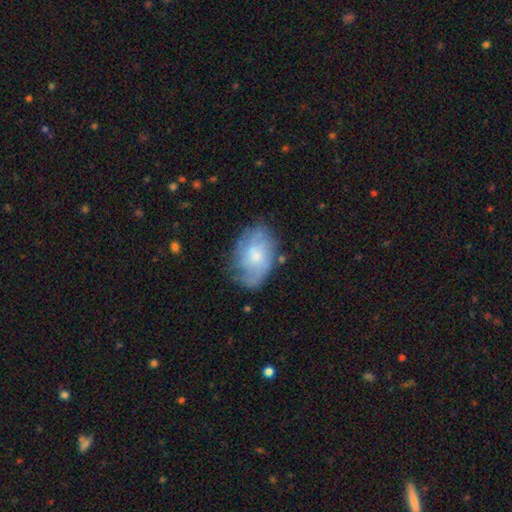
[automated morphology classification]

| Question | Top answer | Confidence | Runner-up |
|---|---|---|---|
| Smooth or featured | featured or disk | 49% | smooth (43%) |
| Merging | none | 65% | minor disturbance (24%) |